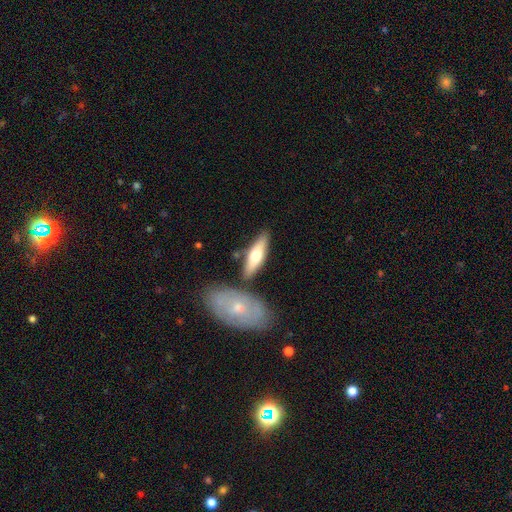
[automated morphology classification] Q: Smooth or featured?
A: smooth (56%); runner-up: featured or disk (39%)
Q: How rounded?
A: cigar-shaped (51%); runner-up: in between (46%)
Q: Merging?
A: none (74%); runner-up: minor disturbance (12%)